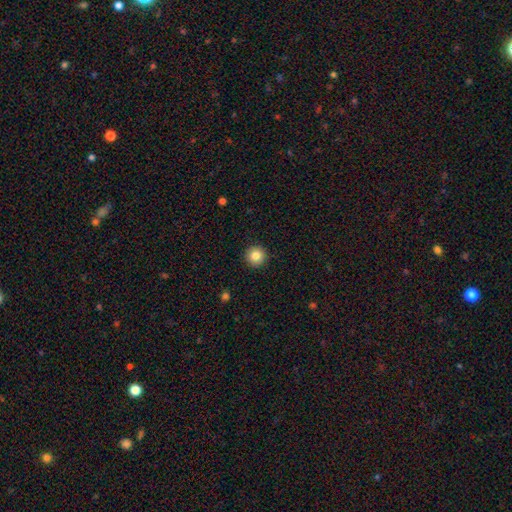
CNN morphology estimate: The model was most divided on "smooth or featured": smooth: 84%, star or artifact: 10%, featured or disk: 6%. More confident: how rounded — round (96%); merging — none (93%).